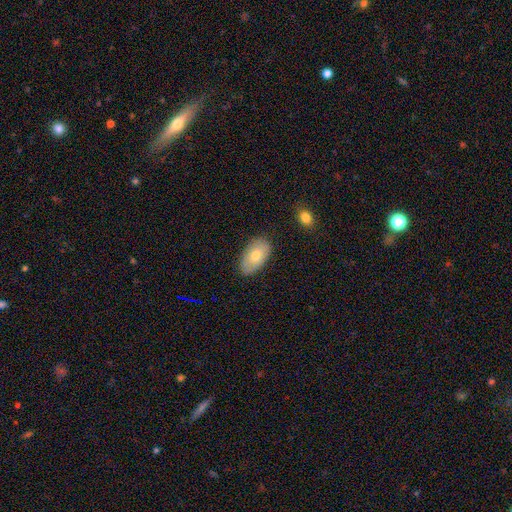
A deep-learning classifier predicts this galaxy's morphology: smooth_or_featured: smooth (p=0.70) [alt: featured or disk p=0.23]
how_rounded: in between (p=0.94) [alt: round p=0.05]
merging: none (p=0.81) [alt: minor disturbance p=0.14]